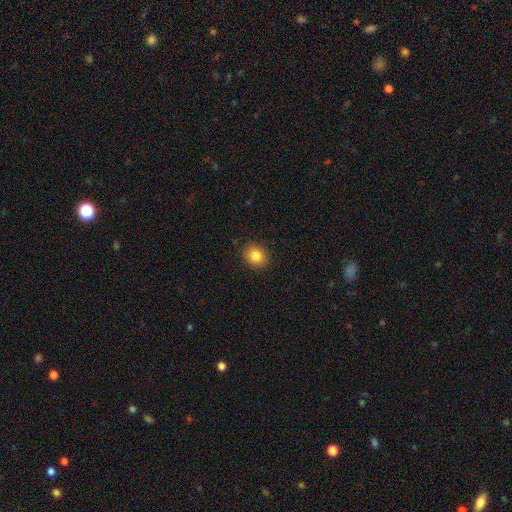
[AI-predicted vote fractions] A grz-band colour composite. It shows a smooth galaxy with no disk features (84%) that is round (64%). Merging: none (89%).